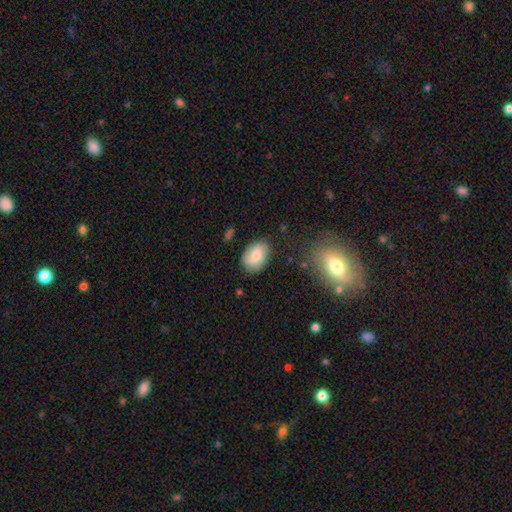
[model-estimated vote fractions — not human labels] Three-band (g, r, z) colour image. It shows a smooth galaxy with no disk features (60%) that is in between round and cigar-shaped (79%). Merging: none (77%).